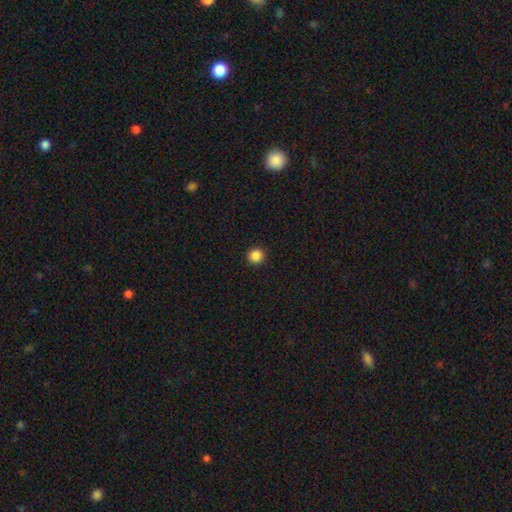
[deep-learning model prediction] Smooth or featured?
  - smooth: 87% *
  - star or artifact: 11%
  - featured or disk: 3%
How rounded?
  - round: 95% *
  - in between: 4%
  - cigar-shaped: 1%
Merging?
  - none: 93% *
  - minor disturbance: 4%
  - major disturbance: 1%
  - merger: 1%